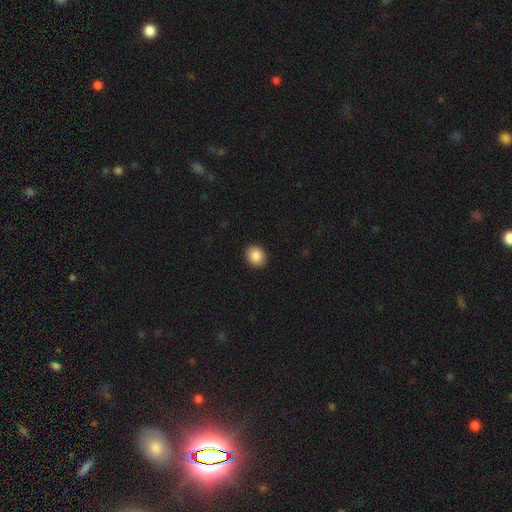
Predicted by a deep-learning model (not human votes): smooth 88%, star or artifact 8%, featured or disk 4%. Down the decision tree: how rounded — round (59%); merging — none (92%).